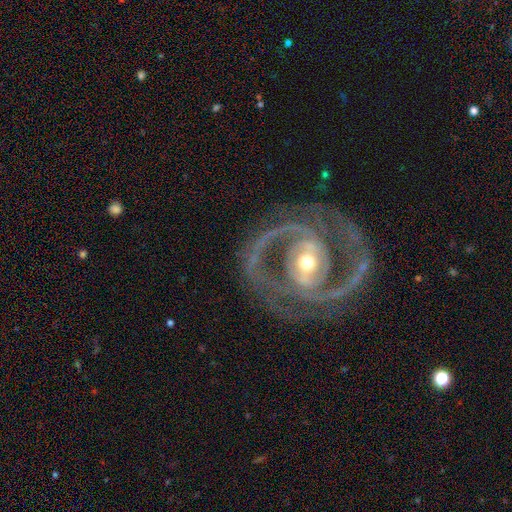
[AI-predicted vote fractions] smooth_or_featured: featured or disk (p=0.93) [alt: star or artifact p=0.04]
disk_edge_on: no (p=0.97) [alt: yes p=0.03]
bar: strong (p=0.40) [alt: no p=0.30]
has_spiral_arms: yes (p=0.98) [alt: no p=0.02]
spiral_winding: medium (p=0.50) [alt: tight p=0.42]
spiral_arm_count: 2 (p=0.90) [alt: 3 p=0.04]
bulge_size: moderate (p=0.59) [alt: small p=0.33]
merging: none (p=0.79) [alt: minor disturbance p=0.12]